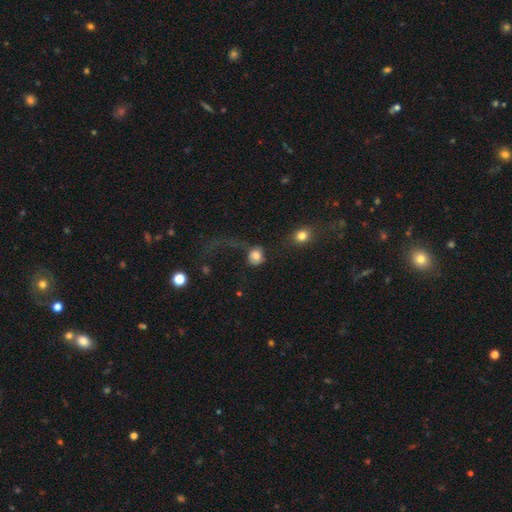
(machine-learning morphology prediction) Smooth or featured?
  - smooth: 76% *
  - featured or disk: 15%
  - star or artifact: 10%
How rounded?
  - round: 77% *
  - in between: 22%
  - cigar-shaped: 1%
Merging?
  - major disturbance: 40% *
  - none: 34%
  - minor disturbance: 16%
  - merger: 10%